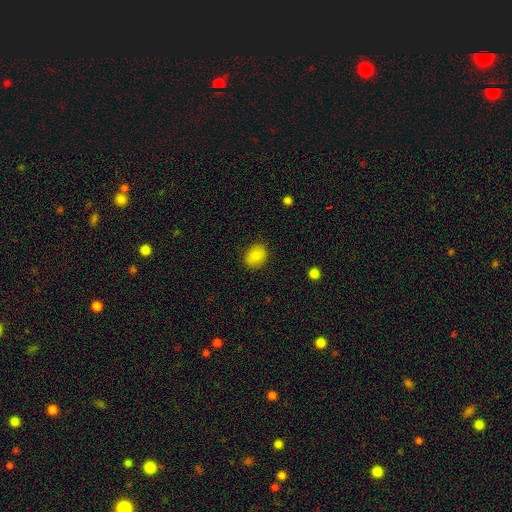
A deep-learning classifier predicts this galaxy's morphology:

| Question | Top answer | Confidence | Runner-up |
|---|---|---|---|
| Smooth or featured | smooth | 83% | star or artifact (9%) |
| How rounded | in between | 53% | round (46%) |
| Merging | none | 86% | minor disturbance (11%) |